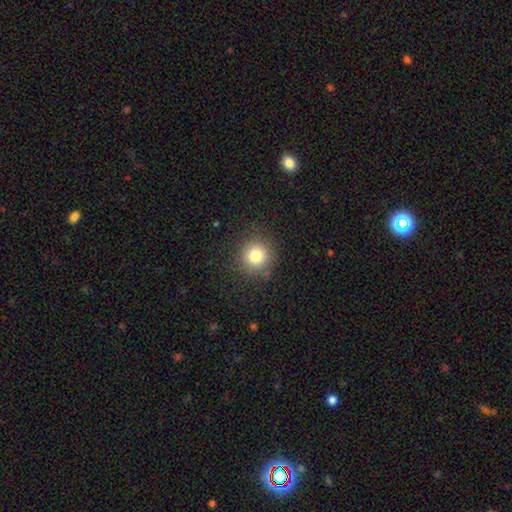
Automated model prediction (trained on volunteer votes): A smooth galaxy with no disk features (81%) that is round (93%). Merging: none (87%).